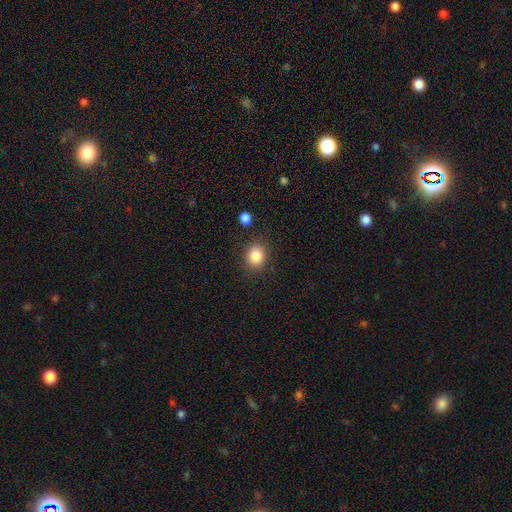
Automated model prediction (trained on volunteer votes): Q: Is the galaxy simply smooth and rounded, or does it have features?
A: smooth — 86%.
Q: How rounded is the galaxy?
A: round — 68%.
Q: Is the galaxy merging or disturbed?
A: none — 84%.